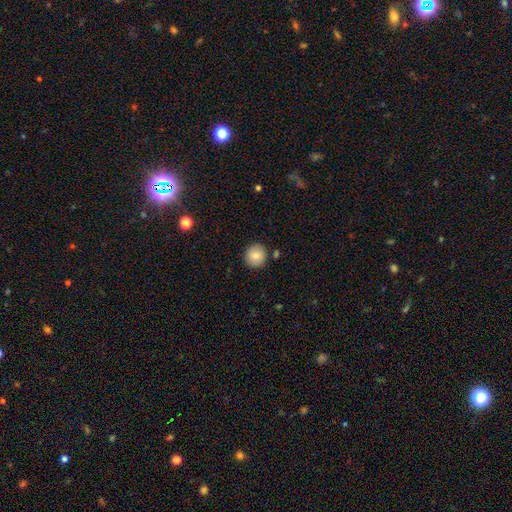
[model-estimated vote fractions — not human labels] Smooth or featured?
  - smooth: 83% *
  - star or artifact: 9%
  - featured or disk: 8%
How rounded?
  - round: 94% *
  - in between: 5%
  - cigar-shaped: 1%
Merging?
  - none: 89% *
  - minor disturbance: 7%
  - merger: 3%
  - major disturbance: 2%